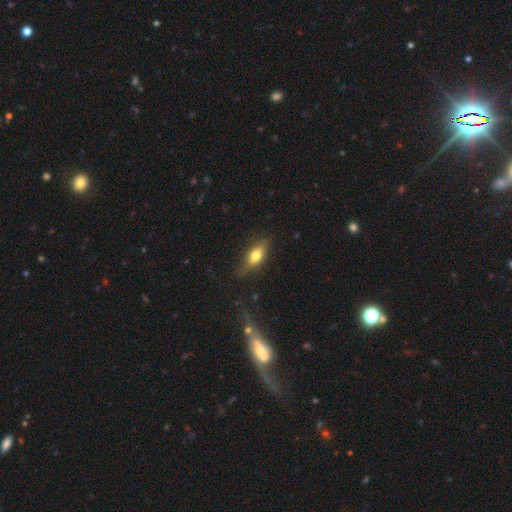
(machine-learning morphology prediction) Overall: smooth (70%). How rounded: in between (74%). Merging: none (73%).